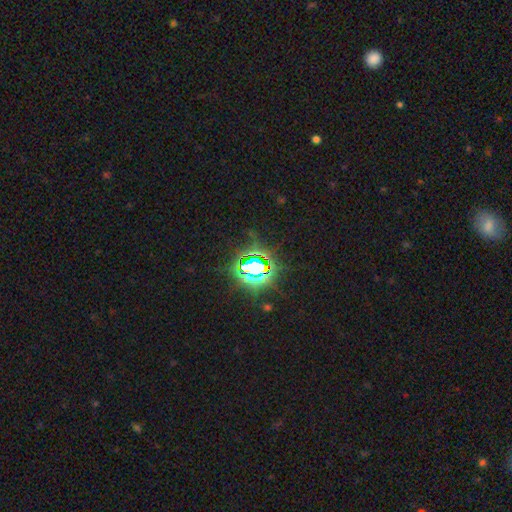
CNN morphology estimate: Smooth or featured: star or artifact — 80% (smooth — 13%)